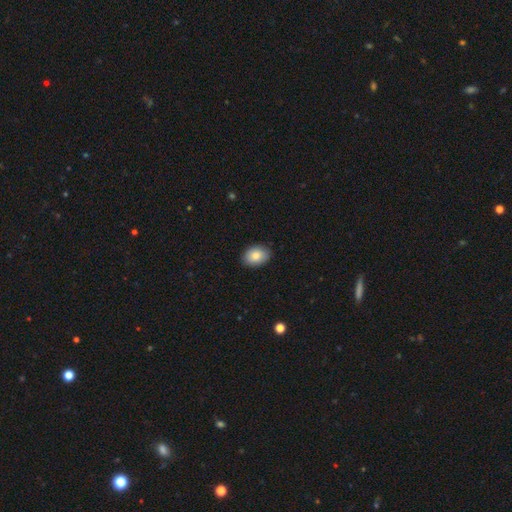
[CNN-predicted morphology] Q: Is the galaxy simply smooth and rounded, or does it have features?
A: smooth — 84%.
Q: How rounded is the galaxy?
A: in between — 78%.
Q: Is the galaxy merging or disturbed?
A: none — 88%.